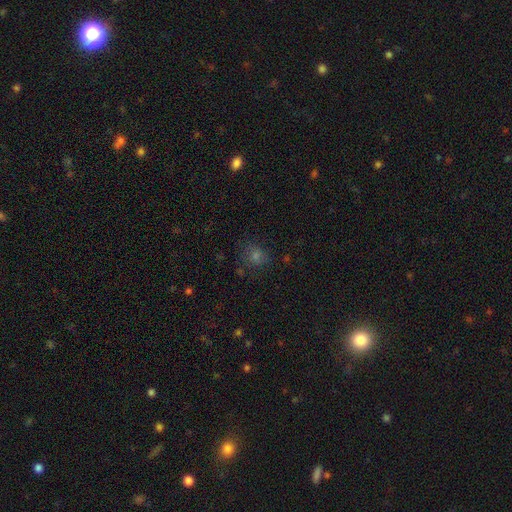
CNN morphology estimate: A smooth galaxy with no disk features (55%) that is round (77%). Merging: none (75%).